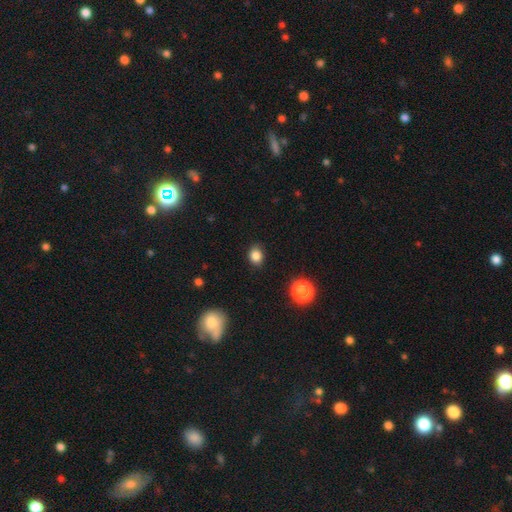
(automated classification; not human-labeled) A smooth galaxy with no disk features (85%) that is round (56%).

Vote fractions:
- Smooth or featured? smooth: 85% / star or artifact: 12% / featured or disk: 4%
- How rounded? round: 56% / in between: 43% / cigar-shaped: 1%
- Merging? none: 84% / minor disturbance: 12% / major disturbance: 3% / merger: 1%